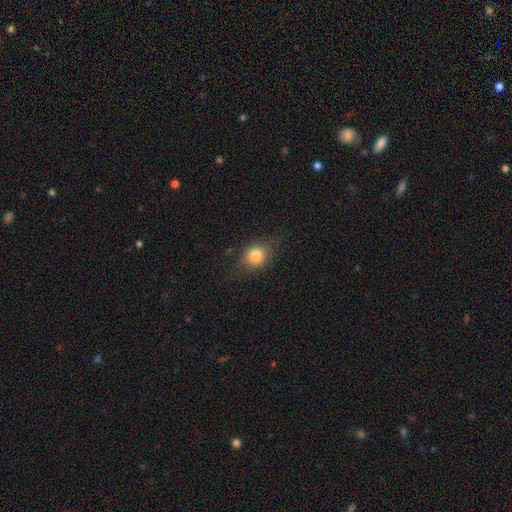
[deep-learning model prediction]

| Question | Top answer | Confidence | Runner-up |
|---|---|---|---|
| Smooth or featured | smooth | 75% | featured or disk (14%) |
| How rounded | round | 70% | in between (29%) |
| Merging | none | 72% | minor disturbance (20%) |